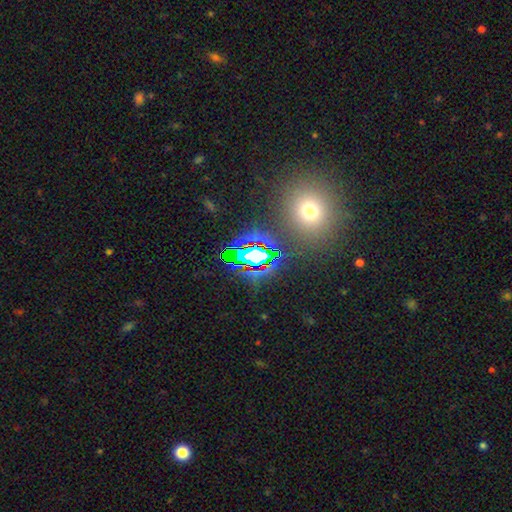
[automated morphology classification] Smooth or featured: star or artifact — 73% (smooth — 16%)